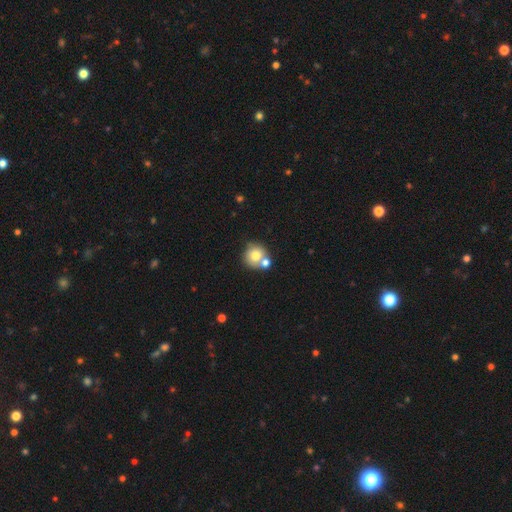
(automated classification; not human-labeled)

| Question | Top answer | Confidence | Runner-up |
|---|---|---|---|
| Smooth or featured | smooth | 76% | featured or disk (15%) |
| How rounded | round | 87% | in between (12%) |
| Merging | none | 49% | merger (37%) |